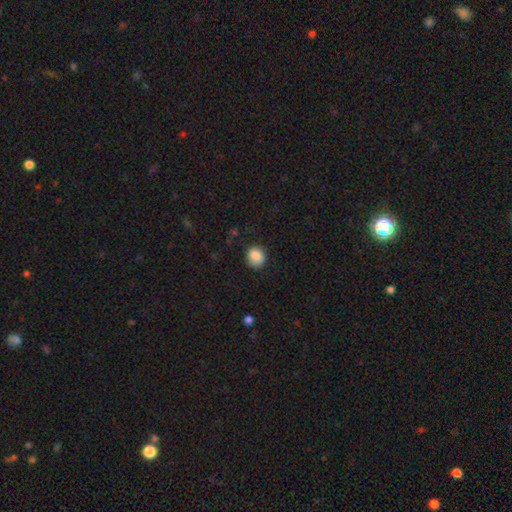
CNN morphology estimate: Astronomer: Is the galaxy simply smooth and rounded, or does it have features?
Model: smooth — 86%.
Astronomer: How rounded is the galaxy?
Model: round — 76%.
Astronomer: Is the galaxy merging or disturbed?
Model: none — 80%.